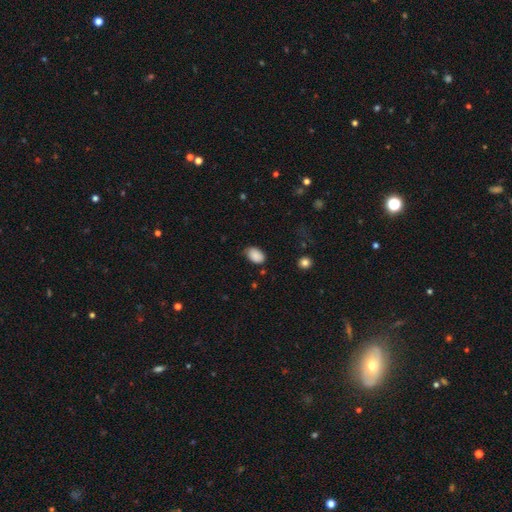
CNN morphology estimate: smooth_or_featured: smooth (p=0.88) [alt: star or artifact p=0.08]
how_rounded: in between (p=0.87) [alt: round p=0.12]
merging: none (p=0.73) [alt: minor disturbance p=0.22]